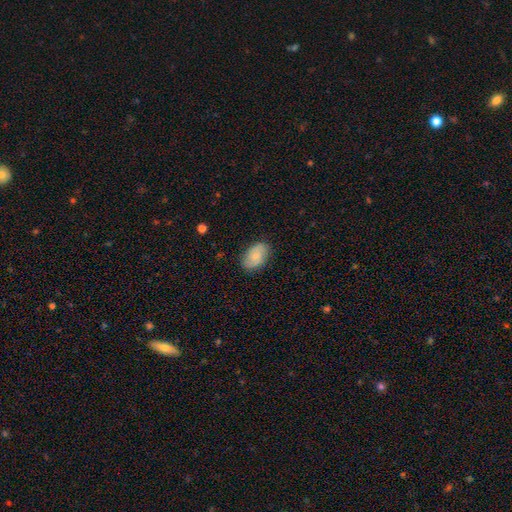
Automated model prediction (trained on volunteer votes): Smooth or featured? Predicted: smooth (p=0.66). How rounded? Predicted: in between (p=0.89). Merging? Predicted: none (p=0.81).